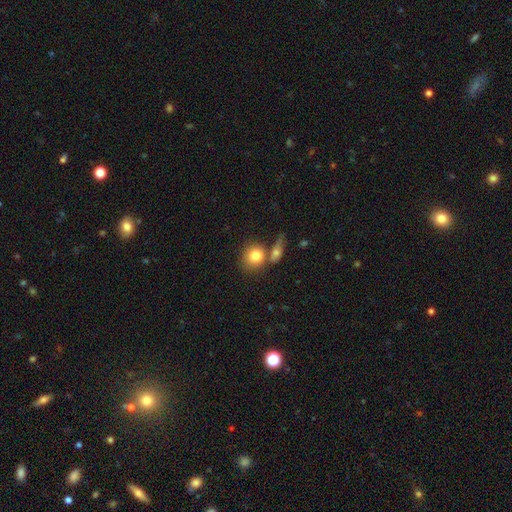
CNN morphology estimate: smooth-or-featured: smooth: 80% | featured or disk: 12% | star or artifact: 8%
  how-rounded: round: 77% | in between: 22% | cigar-shaped: 2%
  merging: none: 48% | merger: 37% | minor disturbance: 10% | major disturbance: 5%